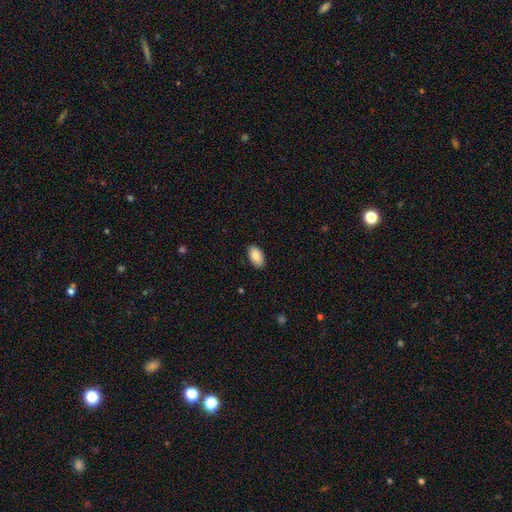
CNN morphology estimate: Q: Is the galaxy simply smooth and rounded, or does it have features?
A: smooth — 89%.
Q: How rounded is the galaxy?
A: in between — 95%.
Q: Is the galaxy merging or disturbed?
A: none — 87%.